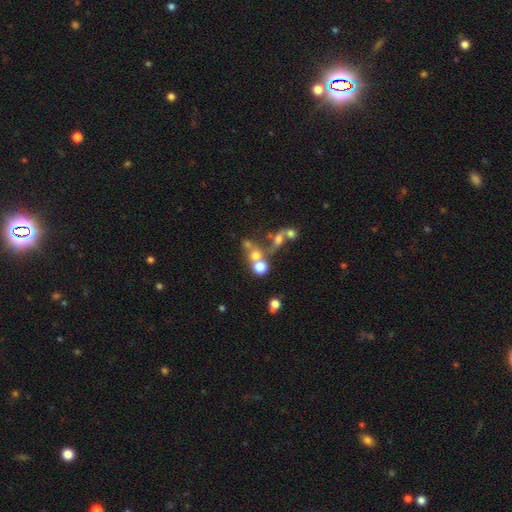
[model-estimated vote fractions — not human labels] This is possibly a smooth galaxy (60%). How rounded: likely round (78%). Merging: possibly merger (46%).